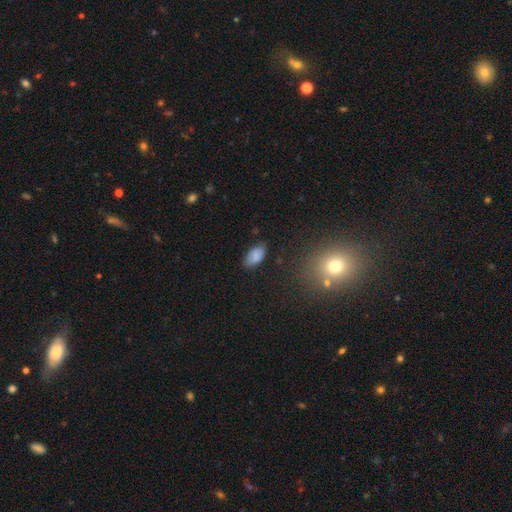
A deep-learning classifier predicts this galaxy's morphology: Smooth or featured?
  - smooth: 83% *
  - star or artifact: 8%
  - featured or disk: 8%
How rounded?
  - in between: 94% *
  - round: 3%
  - cigar-shaped: 3%
Merging?
  - none: 79% *
  - minor disturbance: 17%
  - major disturbance: 3%
  - merger: 2%